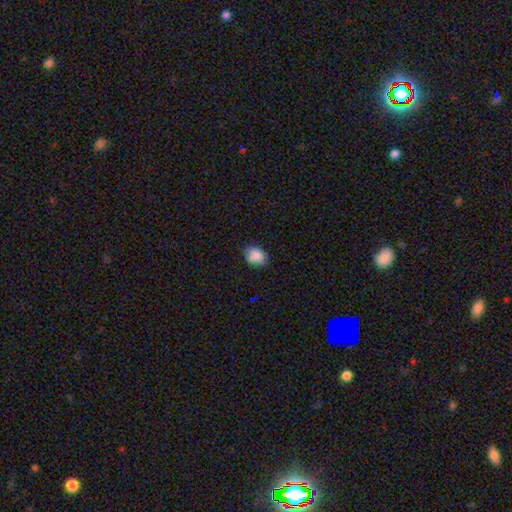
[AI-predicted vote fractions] A smooth galaxy with no disk features (88%) that is in between round and cigar-shaped (63%). Merging: none (80%).